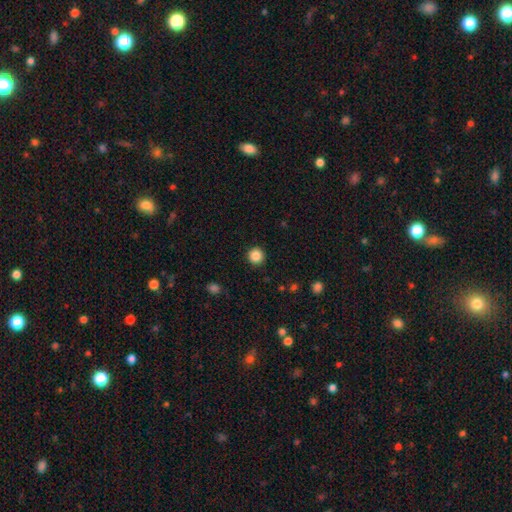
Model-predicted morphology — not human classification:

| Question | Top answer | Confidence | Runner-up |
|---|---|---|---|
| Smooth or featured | smooth | 87% | star or artifact (10%) |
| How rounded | round | 95% | in between (4%) |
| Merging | none | 92% | minor disturbance (5%) |